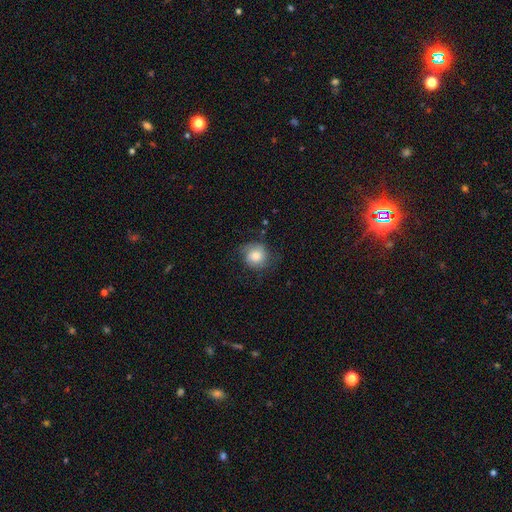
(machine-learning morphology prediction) type=smooth (66%); roundness=round (81%); merging=none (61%).